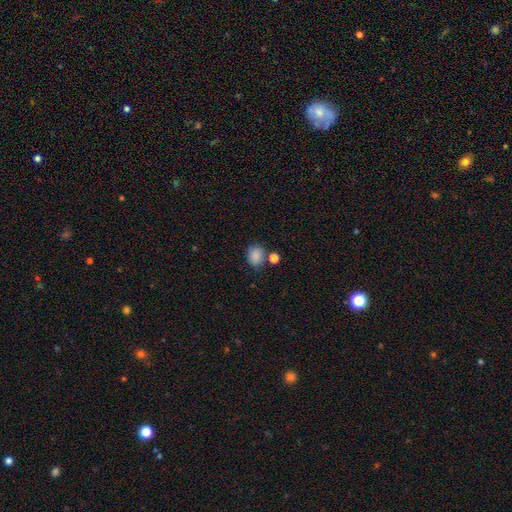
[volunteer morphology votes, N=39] smooth 95%, featured or disk 3%, star or artifact 3%. Down the decision tree: how rounded — round (51%); merging — none (71%).